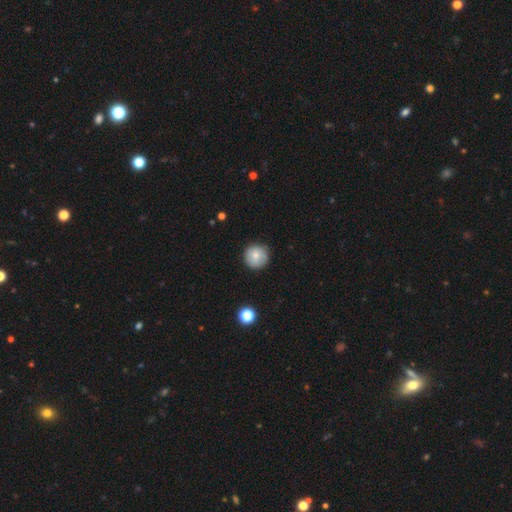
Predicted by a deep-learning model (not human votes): A smooth galaxy with no disk features (78%) that is round (95%). Merging: none (86%).